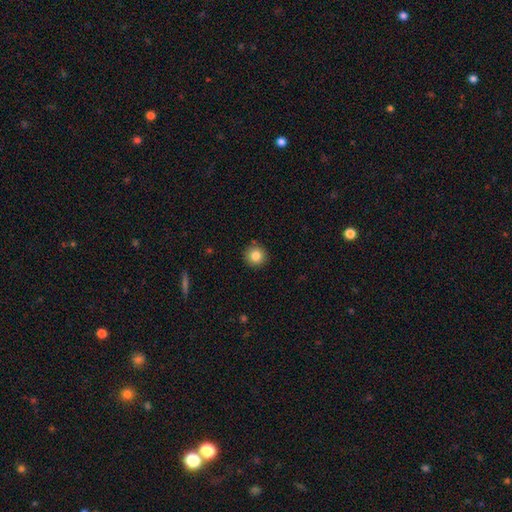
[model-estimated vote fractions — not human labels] smooth_or_featured: smooth (p=0.84) [alt: star or artifact p=0.10]
how_rounded: round (p=0.95) [alt: in between p=0.04]
merging: none (p=0.90) [alt: minor disturbance p=0.07]